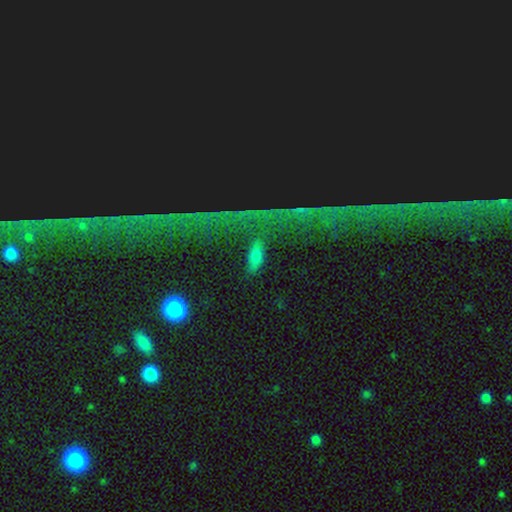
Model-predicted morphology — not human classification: Smooth or featured: smooth — 49% (star or artifact — 27%)
Merging: none — 62% (minor disturbance — 17%)